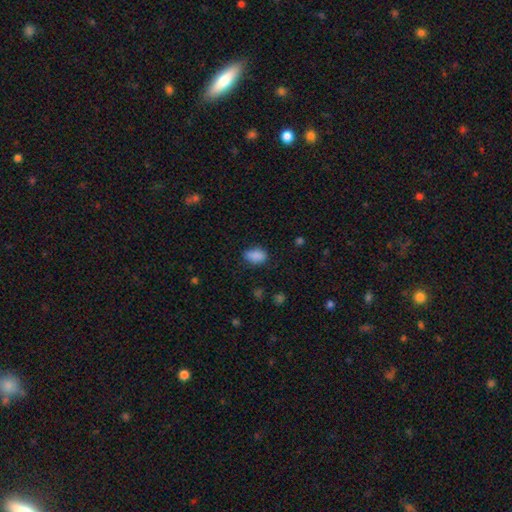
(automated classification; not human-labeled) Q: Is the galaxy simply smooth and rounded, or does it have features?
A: smooth — 86%.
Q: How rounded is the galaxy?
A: in between — 87%.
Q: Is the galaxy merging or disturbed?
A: none — 72%.